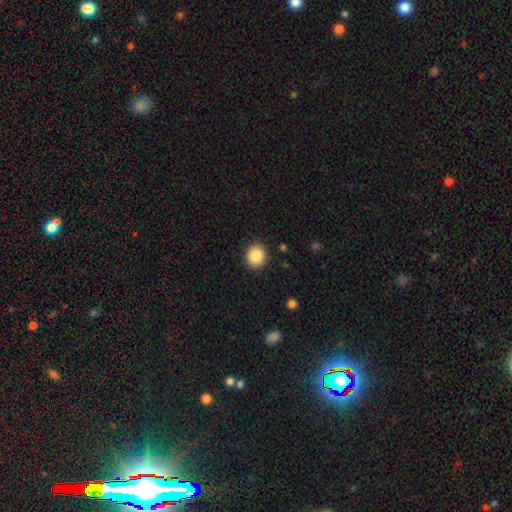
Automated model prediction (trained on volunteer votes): Overall: smooth (87%). How rounded: round (78%). Merging: none (91%).